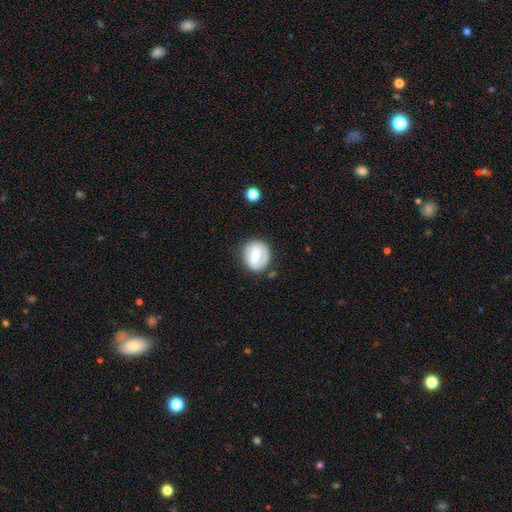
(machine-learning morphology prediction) smooth 53%, featured or disk 40%, star or artifact 7%. Down the decision tree: how rounded — round (74%); merging — none (74%).